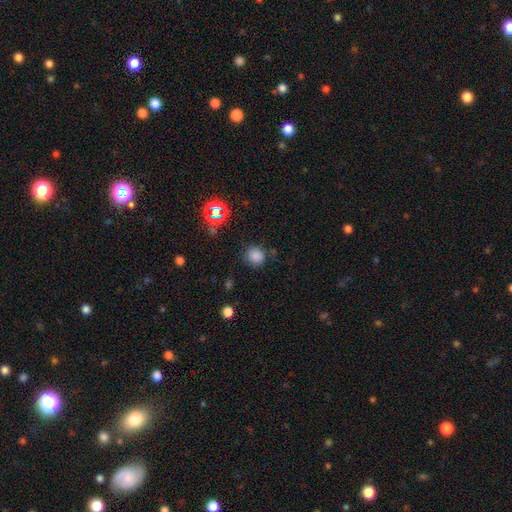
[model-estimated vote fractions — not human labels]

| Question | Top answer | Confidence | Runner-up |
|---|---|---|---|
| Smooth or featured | smooth | 79% | star or artifact (17%) |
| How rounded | round | 85% | in between (14%) |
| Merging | none | 79% | minor disturbance (14%) |